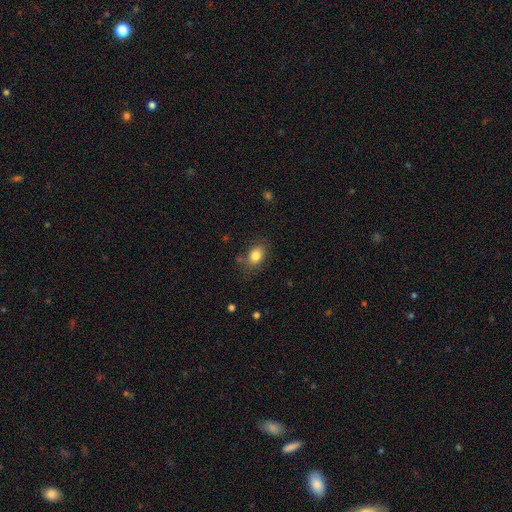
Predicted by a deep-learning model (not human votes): Overall: smooth (82%). How rounded: in between (73%). Merging: none (77%).